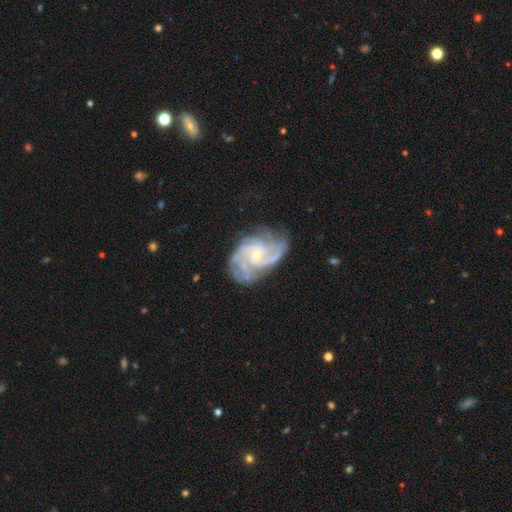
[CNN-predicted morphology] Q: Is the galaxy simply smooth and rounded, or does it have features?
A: featured or disk — 87%.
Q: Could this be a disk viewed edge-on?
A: no — 97%.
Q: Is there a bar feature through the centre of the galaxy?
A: no — 60%.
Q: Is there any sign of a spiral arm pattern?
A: yes — 97%.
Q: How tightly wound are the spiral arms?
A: tight — 50%.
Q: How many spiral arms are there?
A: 3 — 34%.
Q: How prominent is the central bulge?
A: small — 64%.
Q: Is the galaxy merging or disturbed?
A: none — 72%.